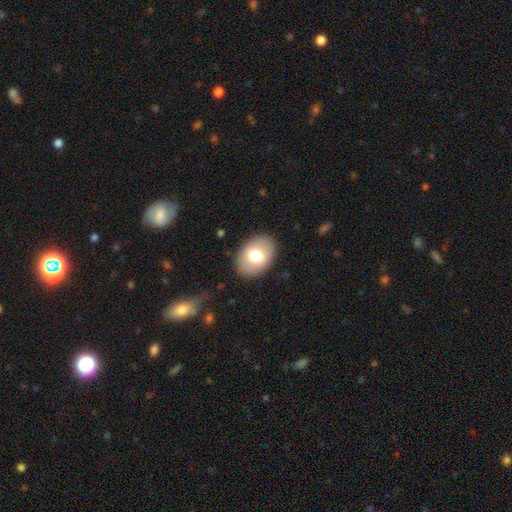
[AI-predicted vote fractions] A smooth galaxy with no disk features (70%) that is in between round and cigar-shaped (76%). Merging: none (87%).